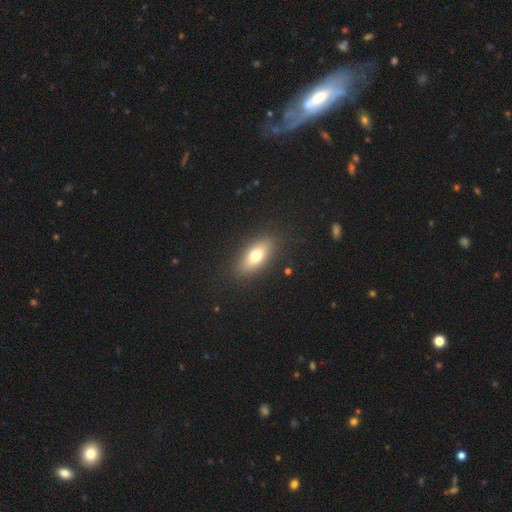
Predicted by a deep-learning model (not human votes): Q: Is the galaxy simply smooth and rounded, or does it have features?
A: smooth — 70%.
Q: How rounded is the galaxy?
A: in between — 80%.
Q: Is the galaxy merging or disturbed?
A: none — 87%.